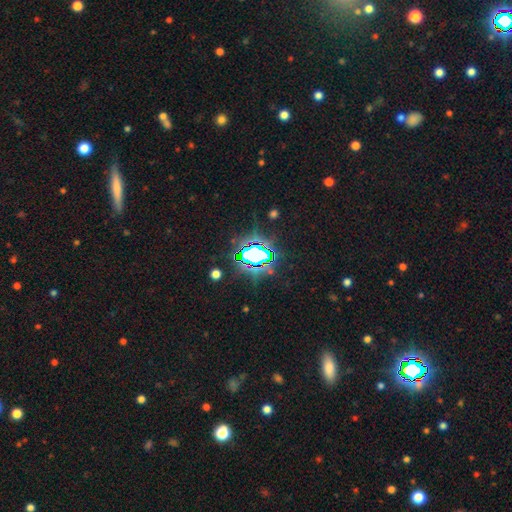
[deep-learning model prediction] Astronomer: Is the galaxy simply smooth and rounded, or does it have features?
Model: star or artifact — 72%.